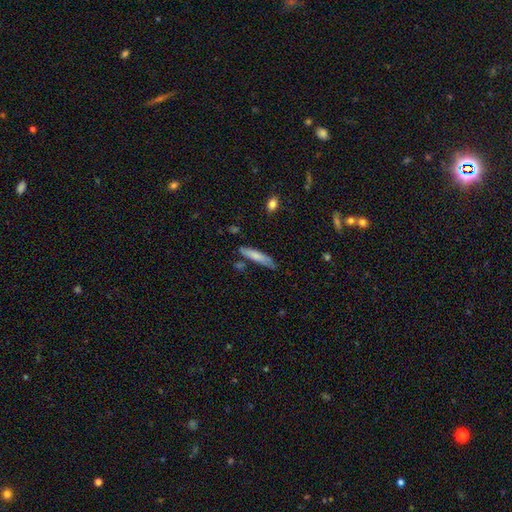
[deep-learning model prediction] The model was most divided on "merging": none: 69%, minor disturbance: 22%, merger: 5%, major disturbance: 5%. More confident: how rounded — cigar-shaped (84%); smooth or featured — smooth (75%).